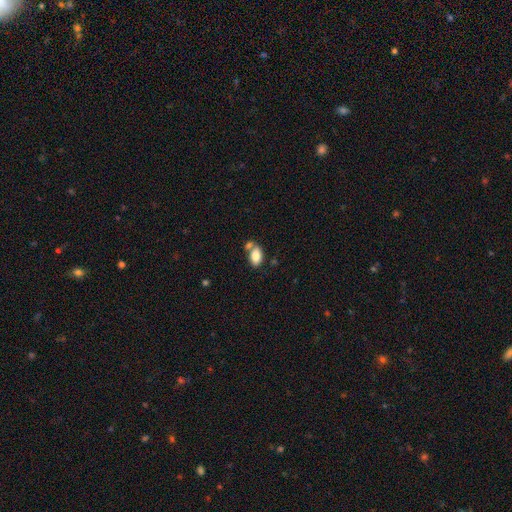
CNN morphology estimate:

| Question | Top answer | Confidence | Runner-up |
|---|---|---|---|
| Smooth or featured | smooth | 82% | featured or disk (10%) |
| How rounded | in between | 92% | round (6%) |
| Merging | none | 53% | merger (29%) |